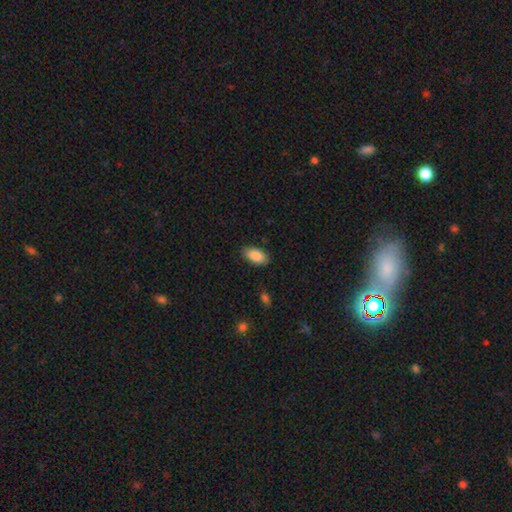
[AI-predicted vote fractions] A smooth galaxy with no disk features (88%) that is in between round and cigar-shaped (94%).

Vote fractions:
- Smooth or featured? smooth: 88% / star or artifact: 6% / featured or disk: 6%
- How rounded? in between: 94% / cigar-shaped: 3% / round: 3%
- Merging? none: 86% / minor disturbance: 11% / major disturbance: 2% / merger: 1%